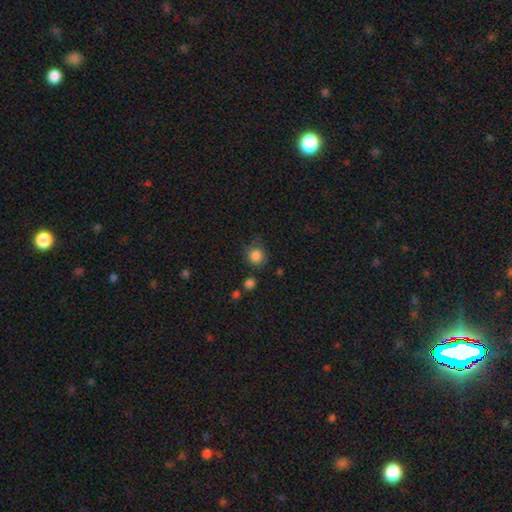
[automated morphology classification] The model was most divided on "merging": none: 73%, minor disturbance: 17%, major disturbance: 5%, merger: 4%. More confident: how rounded — round (87%); smooth or featured — smooth (85%).